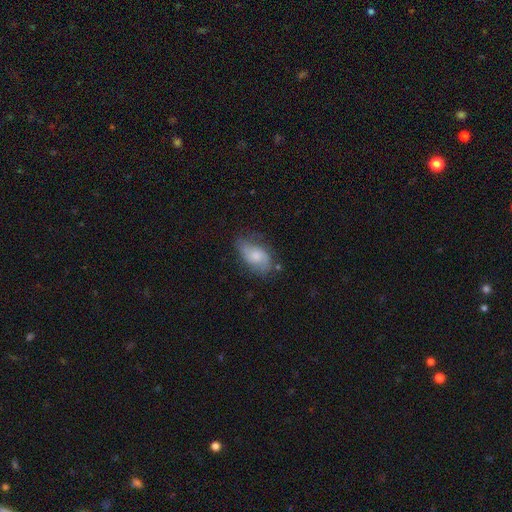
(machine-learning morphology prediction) The model was most divided on "smooth or featured": smooth: 50%, featured or disk: 42%, star or artifact: 8%. More confident: merging — none (58%).